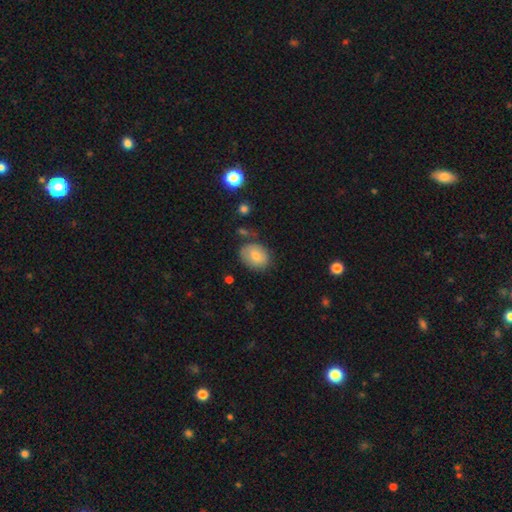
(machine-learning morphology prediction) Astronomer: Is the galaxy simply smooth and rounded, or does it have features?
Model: smooth — 75%.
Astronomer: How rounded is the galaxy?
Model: in between — 55% (runner-up: round, 44%).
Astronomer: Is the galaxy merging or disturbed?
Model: none — 73%.